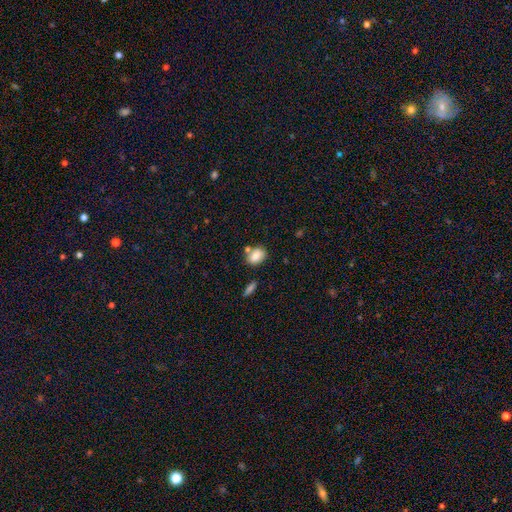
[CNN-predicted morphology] The model was most divided on "merging": none: 64%, merger: 19%, minor disturbance: 14%, major disturbance: 4%. More confident: smooth or featured — smooth (83%); how rounded — in between (74%).